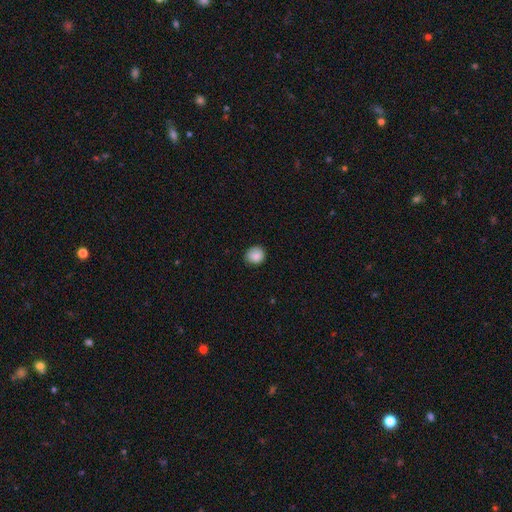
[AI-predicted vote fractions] A smooth galaxy with no disk features (88%) that is round (82%).

Vote fractions:
- Smooth or featured? smooth: 88% / star or artifact: 9% / featured or disk: 4%
- How rounded? round: 82% / in between: 17% / cigar-shaped: 1%
- Merging? none: 82% / minor disturbance: 14% / major disturbance: 2% / merger: 1%